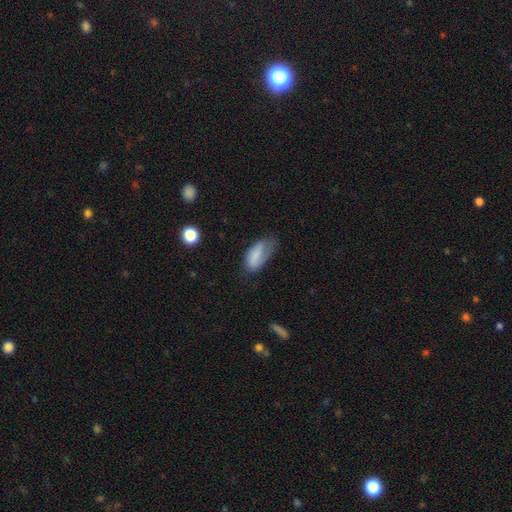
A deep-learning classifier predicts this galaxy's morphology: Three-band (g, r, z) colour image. It shows a smooth galaxy with no disk features (76%) that is in between round and cigar-shaped (91%). Merging: minor disturbance (38%).